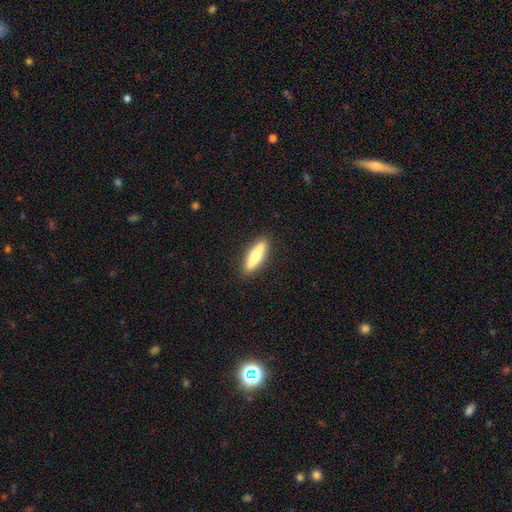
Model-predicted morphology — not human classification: Q: Smooth or featured?
A: smooth (63%); runner-up: featured or disk (32%)
Q: How rounded?
A: cigar-shaped (74%); runner-up: in between (24%)
Q: Merging?
A: none (91%); runner-up: minor disturbance (7%)